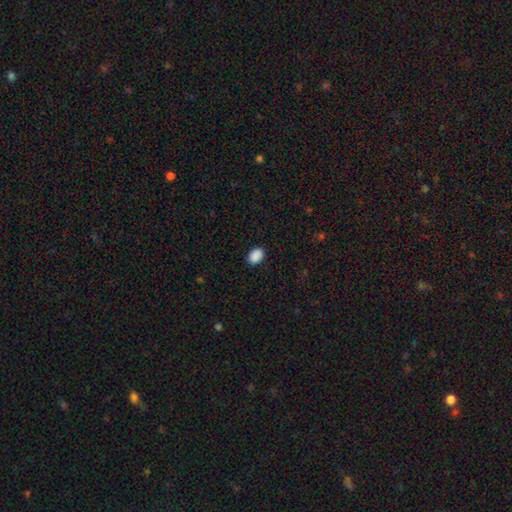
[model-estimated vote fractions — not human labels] This is clearly a smooth galaxy (90%). How rounded: likely in between (78%). Merging: clearly none (88%).